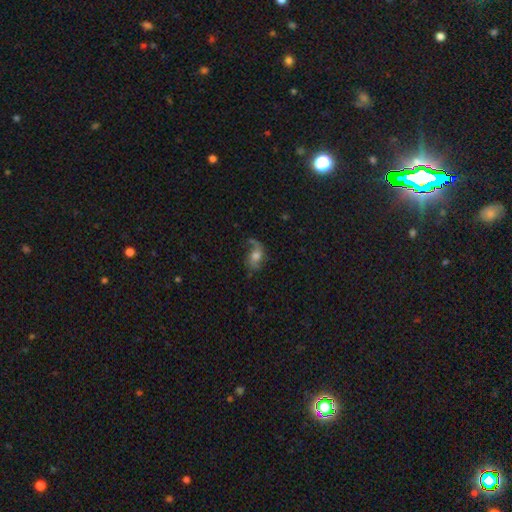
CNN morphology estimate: Smooth or featured? Predicted: featured or disk (p=0.57). Edge-on disk? Predicted: no (p=0.94). Bar? Predicted: no (p=0.67). Spiral arms? Predicted: yes (p=0.86). Bulge size? Predicted: moderate (p=0.58). Merging? Predicted: none (p=0.53).